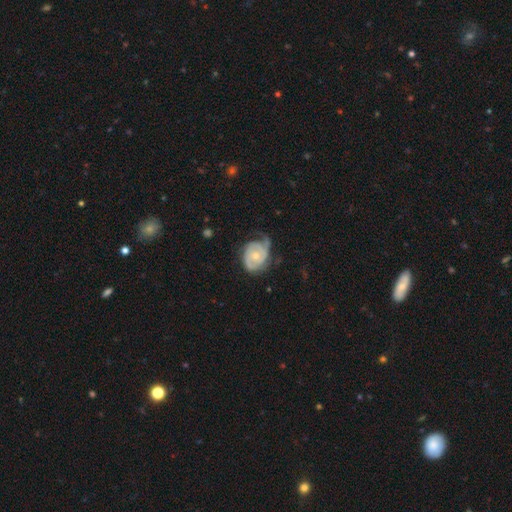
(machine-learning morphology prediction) smooth_or_featured: featured or disk (p=0.81) [alt: smooth p=0.15]
disk_edge_on: no (p=0.98) [alt: yes p=0.02]
bar: no (p=0.71) [alt: weak p=0.24]
has_spiral_arms: yes (p=0.94) [alt: no p=0.06]
spiral_winding: tight (p=0.58) [alt: medium p=0.32]
spiral_arm_count: 2 (p=0.54) [alt: can't tell p=0.16]
bulge_size: moderate (p=0.49) [alt: small p=0.47]
merging: none (p=0.49) [alt: minor disturbance p=0.30]